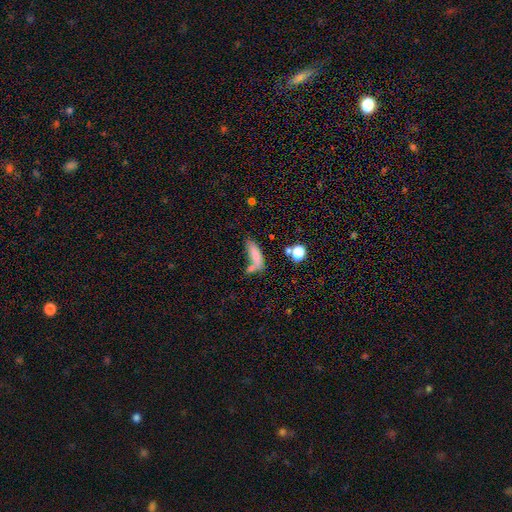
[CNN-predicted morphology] smooth_or_featured: smooth (p=0.77) [alt: featured or disk p=0.12]
how_rounded: cigar-shaped (p=0.52) [alt: in between p=0.44]
merging: none (p=0.47) [alt: merger p=0.26]